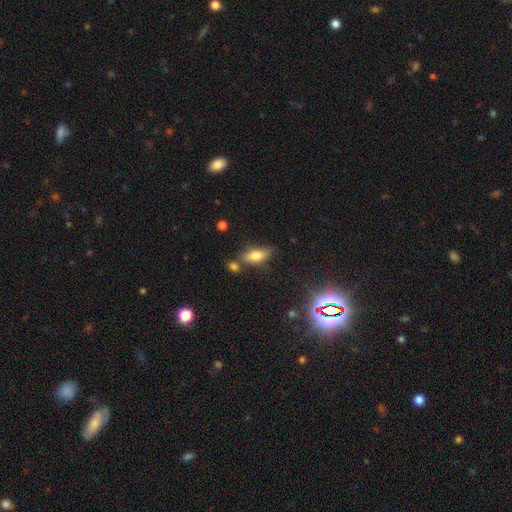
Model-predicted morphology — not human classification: The model was most divided on "merging": none: 64%, minor disturbance: 17%, merger: 14%, major disturbance: 5%. More confident: how rounded — in between (76%); smooth or featured — smooth (69%).